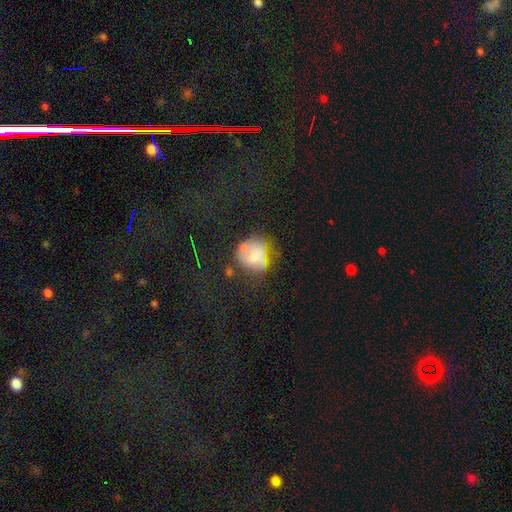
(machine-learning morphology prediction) The model was most divided on "merging": none: 41%, minor disturbance: 25%, major disturbance: 20%, merger: 14%. Remaining: smooth or featured — smooth (49%).